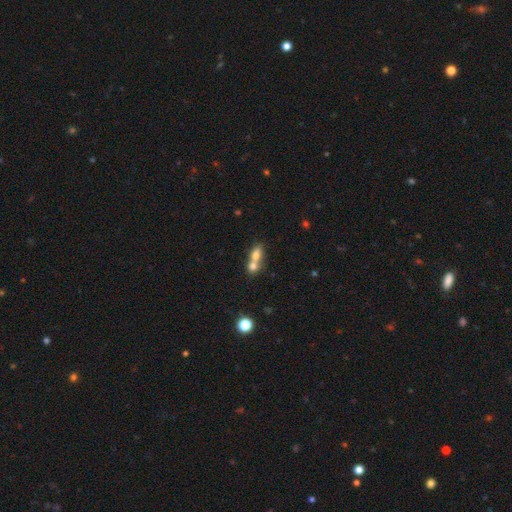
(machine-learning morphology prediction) A smooth galaxy with no disk features (71%) that is in between round and cigar-shaped (61%).

Vote fractions:
- Smooth or featured? smooth: 71% / featured or disk: 19% / star or artifact: 10%
- How rounded? in between: 61% / round: 30% / cigar-shaped: 8%
- Merging? merger: 72% / none: 20% / minor disturbance: 5% / major disturbance: 3%